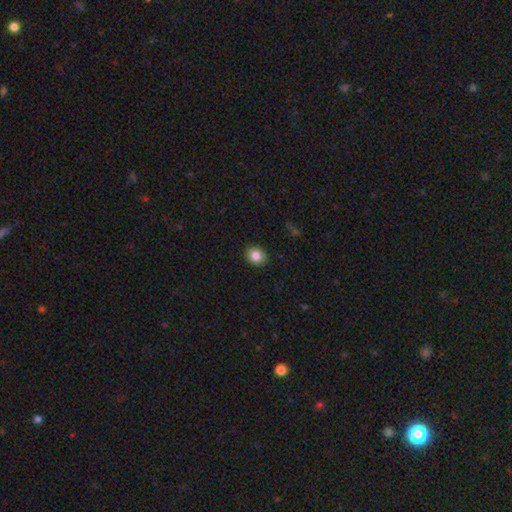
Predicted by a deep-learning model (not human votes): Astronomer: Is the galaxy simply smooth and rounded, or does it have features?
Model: smooth — 85%.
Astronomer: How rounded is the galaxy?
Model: round — 62%.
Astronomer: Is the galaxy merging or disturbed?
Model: none — 91%.